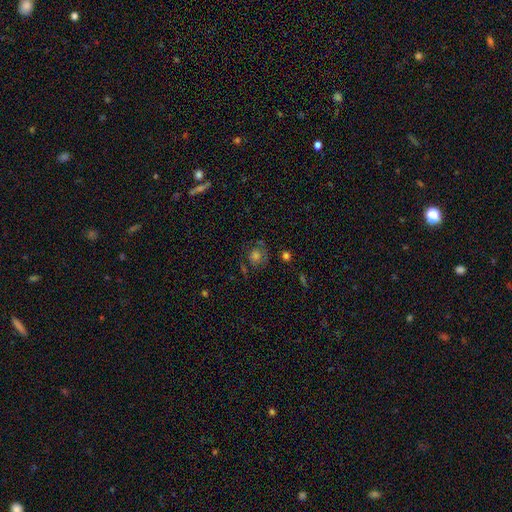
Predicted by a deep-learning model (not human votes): A smooth galaxy with no disk features (47%). Merging: none (67%).